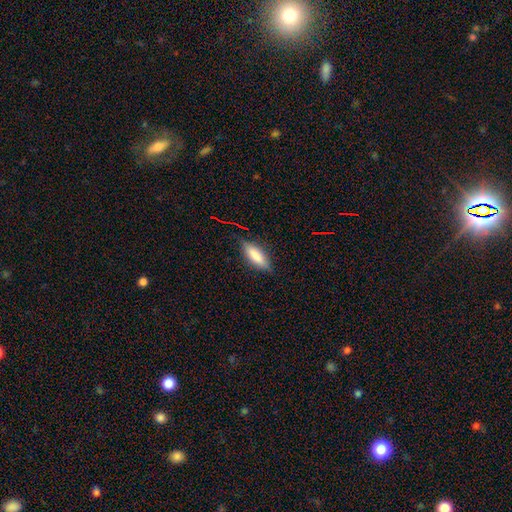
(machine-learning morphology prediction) This is likely a smooth galaxy (79%). How rounded: likely in between (65%). Merging: likely none (75%).